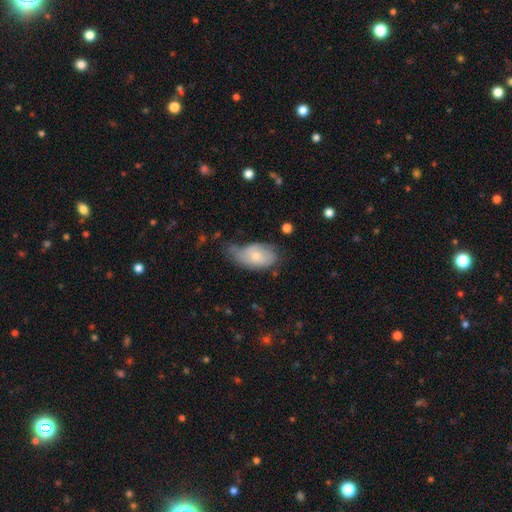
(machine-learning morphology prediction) smooth_or_featured: smooth (p=0.54) [alt: featured or disk p=0.39]
how_rounded: in between (p=0.91) [alt: round p=0.07]
merging: minor disturbance (p=0.42) [alt: none p=0.33]